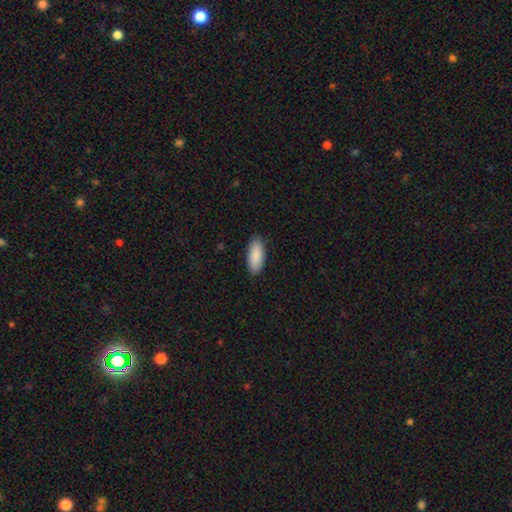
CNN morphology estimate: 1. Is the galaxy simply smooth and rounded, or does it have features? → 90% smooth, 6% star or artifact, 5% featured or disk.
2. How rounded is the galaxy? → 84% in between, 14% cigar-shaped, 2% round.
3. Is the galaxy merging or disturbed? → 88% none, 9% minor disturbance, 2% major disturbance, 1% merger.